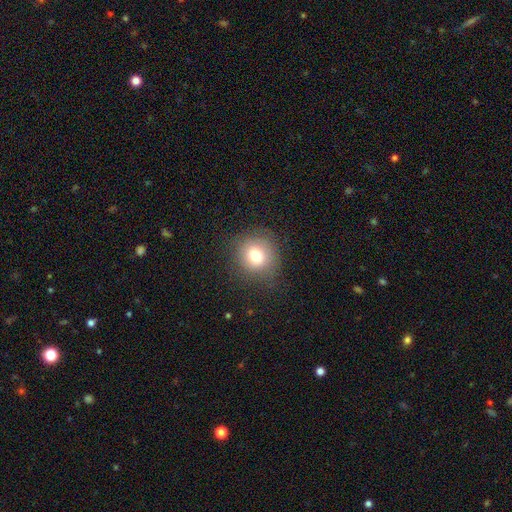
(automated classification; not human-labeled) Smooth or featured?
  - smooth: 74% *
  - star or artifact: 13%
  - featured or disk: 12%
How rounded?
  - round: 88% *
  - in between: 11%
  - cigar-shaped: 1%
Merging?
  - none: 83% *
  - minor disturbance: 11%
  - major disturbance: 5%
  - merger: 1%